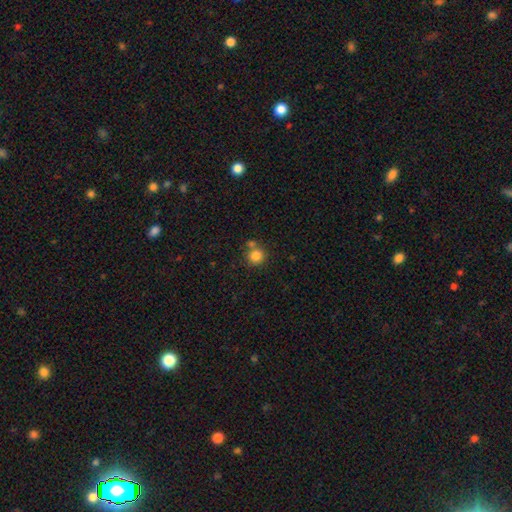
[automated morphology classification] Smooth or featured? smooth (83%)
How rounded? round (92%)
Merging? none (64%)